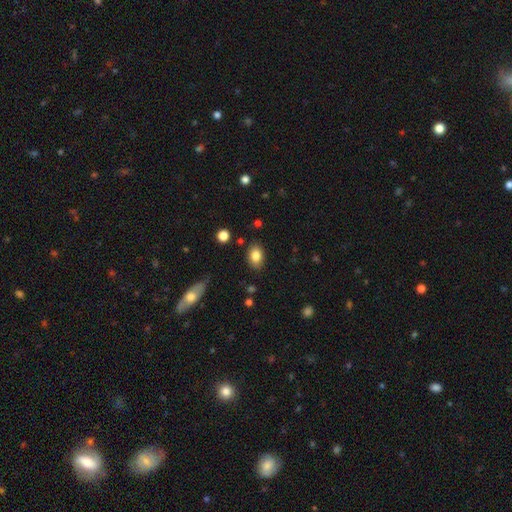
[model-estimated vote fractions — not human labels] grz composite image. It shows a smooth galaxy with no disk features (84%) that is in between round and cigar-shaped (81%). Merging: none (84%).